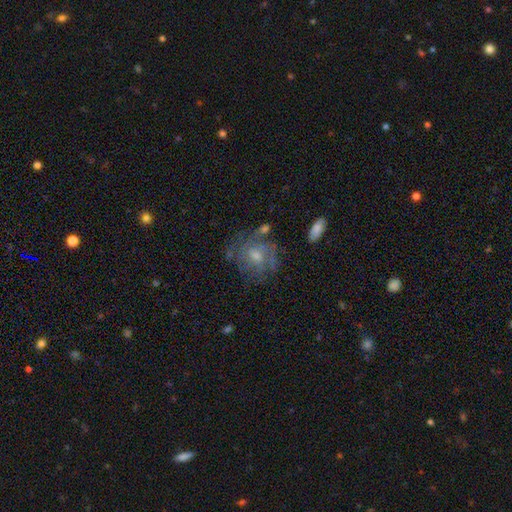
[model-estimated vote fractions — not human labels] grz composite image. It shows a featured or disk galaxy (61%) with no bar (68%), spiral arms (74%) and a moderate central bulge (52%). Merging: none (67%).